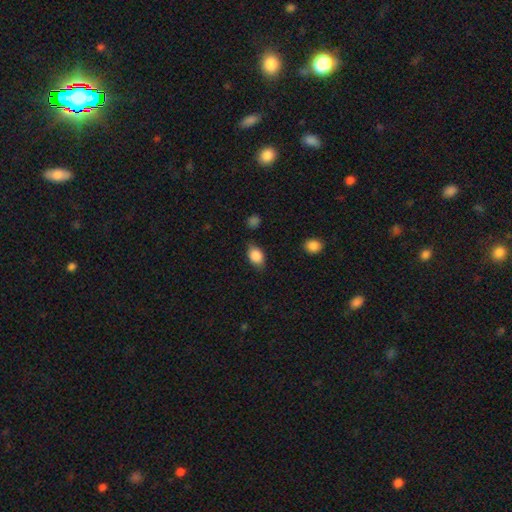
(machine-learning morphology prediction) type=smooth (86%); roundness=in between (80%); merging=none (74%).